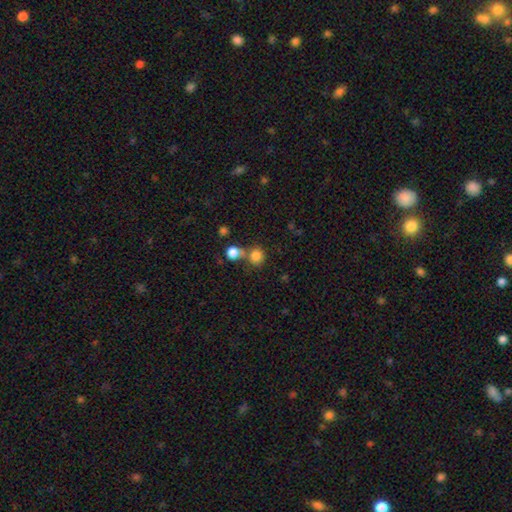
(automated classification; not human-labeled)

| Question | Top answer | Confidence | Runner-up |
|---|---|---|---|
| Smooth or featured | smooth | 82% | star or artifact (12%) |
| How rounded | round | 85% | in between (14%) |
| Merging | none | 58% | merger (30%) |